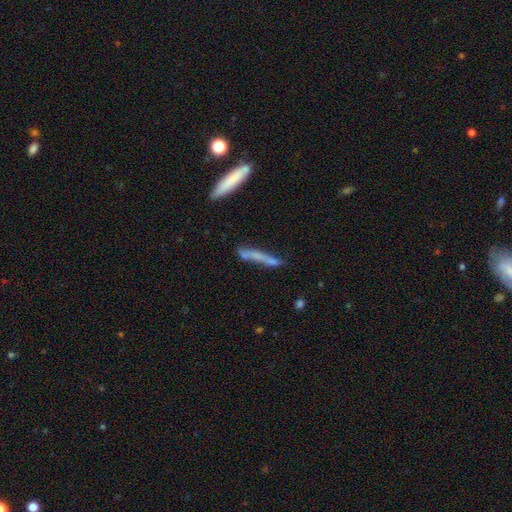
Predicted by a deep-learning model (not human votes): This appears to be a smooth galaxy with no disk features (55%) that is cigar-shaped (93%). Merging: none (60%).